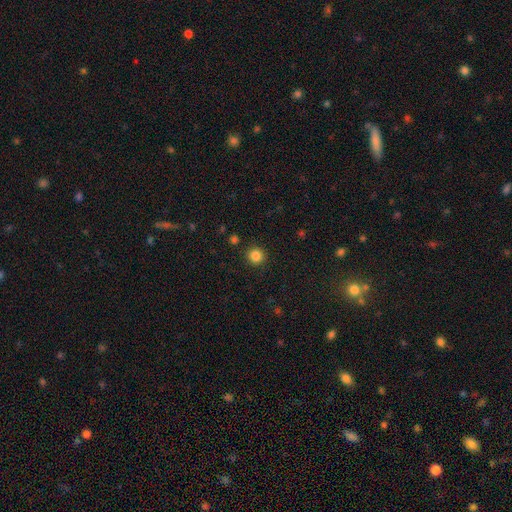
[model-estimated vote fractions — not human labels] Smooth or featured? smooth (85%)
How rounded? round (93%)
Merging? none (91%)